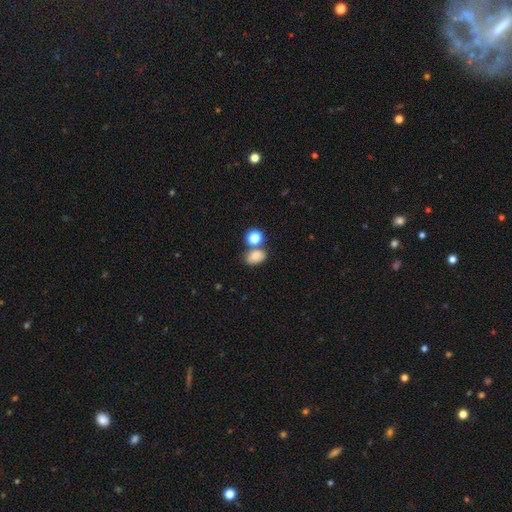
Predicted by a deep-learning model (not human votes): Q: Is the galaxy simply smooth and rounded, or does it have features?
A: smooth — 81%.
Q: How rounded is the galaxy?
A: in between — 73%.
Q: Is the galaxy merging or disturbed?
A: none — 61%.